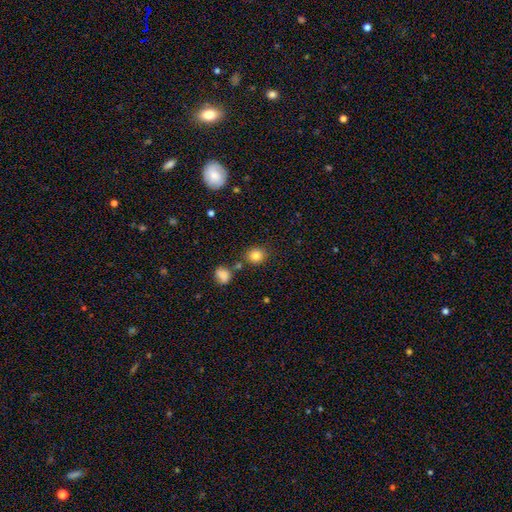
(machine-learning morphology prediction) smooth 83%, star or artifact 12%, featured or disk 6%. Down the decision tree: how rounded — round (79%); merging — none (80%).